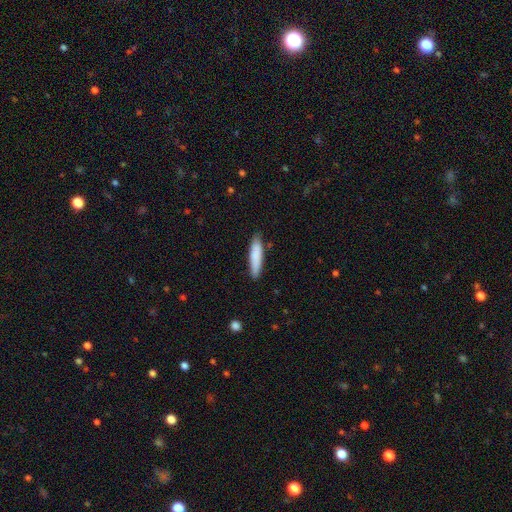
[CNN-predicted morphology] This is clearly a smooth galaxy (82%). How rounded: likely cigar-shaped (78%). Merging: clearly none (83%).